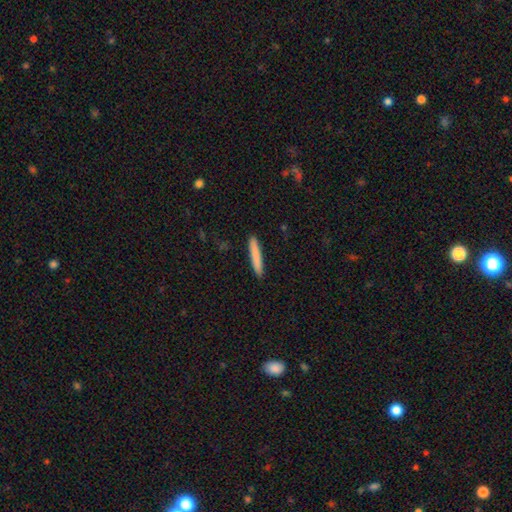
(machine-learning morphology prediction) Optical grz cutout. It shows a smooth galaxy with no disk features (83%) that is cigar-shaped (94%). Merging: none (91%).